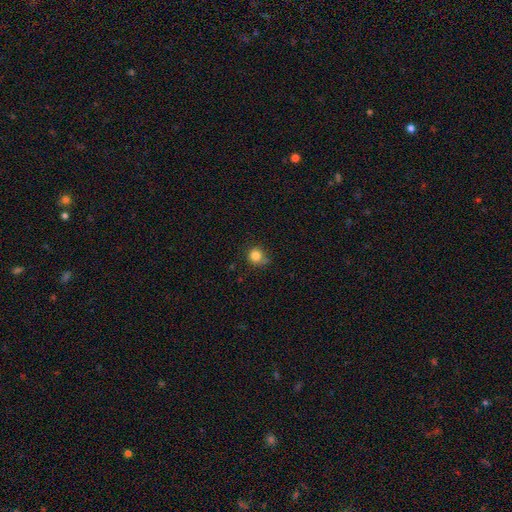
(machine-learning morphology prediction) Smooth or featured? smooth (83%)
How rounded? round (89%)
Merging? none (69%)